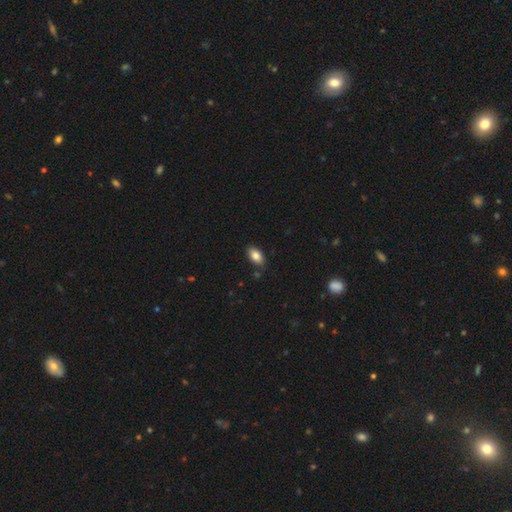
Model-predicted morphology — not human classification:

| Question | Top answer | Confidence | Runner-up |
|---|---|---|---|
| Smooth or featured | smooth | 83% | featured or disk (9%) |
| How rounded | in between | 92% | round (5%) |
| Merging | none | 82% | minor disturbance (13%) |